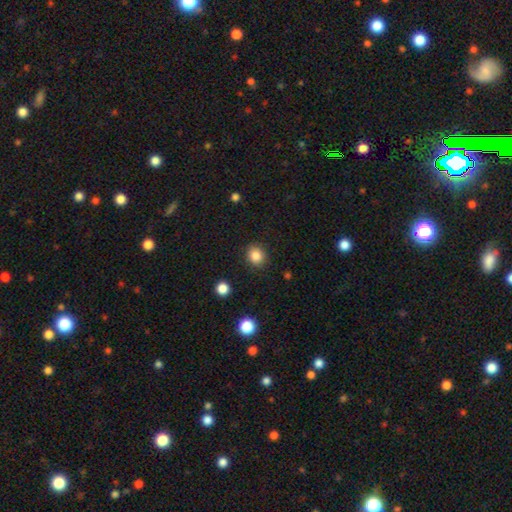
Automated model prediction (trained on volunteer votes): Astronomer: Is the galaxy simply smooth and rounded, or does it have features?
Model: smooth — 86%.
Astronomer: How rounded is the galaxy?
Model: round — 81%.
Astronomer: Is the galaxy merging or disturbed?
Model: none — 88%.